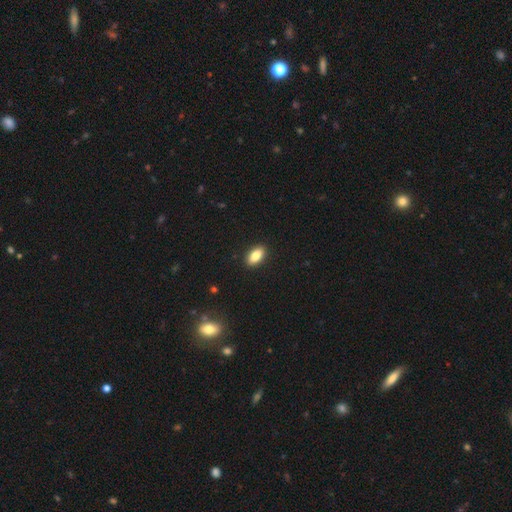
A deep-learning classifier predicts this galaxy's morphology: Smooth or featured?
  - smooth: 84% *
  - featured or disk: 8%
  - star or artifact: 8%
How rounded?
  - in between: 90% *
  - cigar-shaped: 5%
  - round: 5%
Merging?
  - none: 90% *
  - minor disturbance: 7%
  - major disturbance: 2%
  - merger: 1%